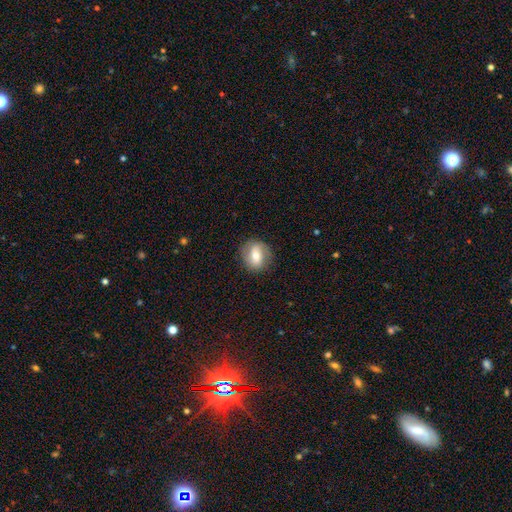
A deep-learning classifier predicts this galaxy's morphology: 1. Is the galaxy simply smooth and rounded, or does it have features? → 58% smooth, 33% featured or disk, 8% star or artifact.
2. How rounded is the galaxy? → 66% round, 32% in between, 1% cigar-shaped.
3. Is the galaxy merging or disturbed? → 83% none, 12% minor disturbance, 4% major disturbance, 1% merger.